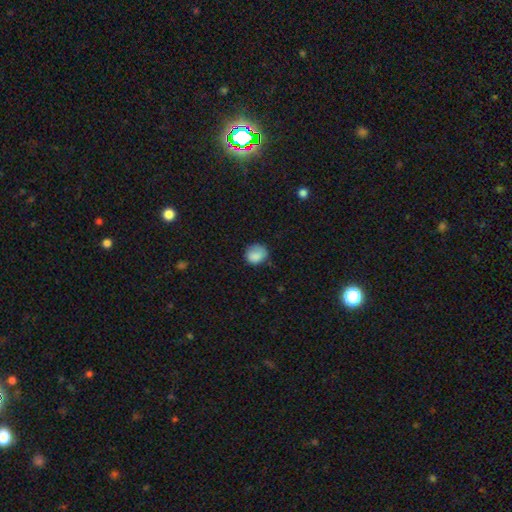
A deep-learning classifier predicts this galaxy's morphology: Smooth or featured?
  - smooth: 85% *
  - star or artifact: 9%
  - featured or disk: 7%
How rounded?
  - round: 70% *
  - in between: 29%
  - cigar-shaped: 1%
Merging?
  - none: 64% *
  - minor disturbance: 27%
  - major disturbance: 7%
  - merger: 2%